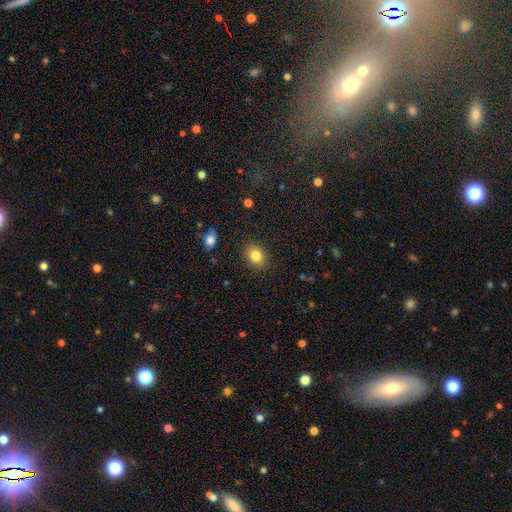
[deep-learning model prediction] This is clearly a smooth galaxy (83%). How rounded: possibly in between (59%). Merging: clearly none (87%).